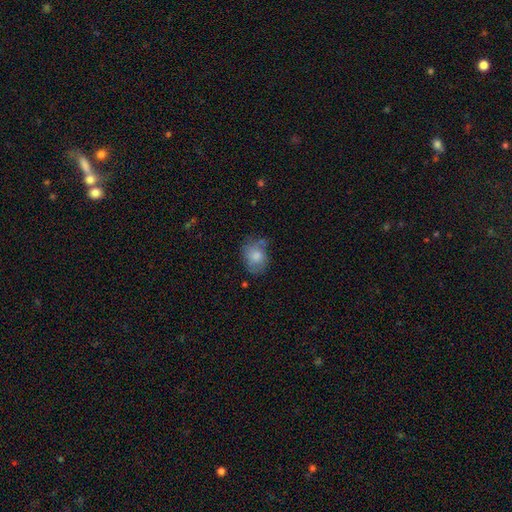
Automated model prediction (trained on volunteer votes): The model was most divided on "merging": none: 50%, minor disturbance: 30%, major disturbance: 12%, merger: 8%. More confident: smooth or featured — smooth (77%); how rounded — in between (63%).